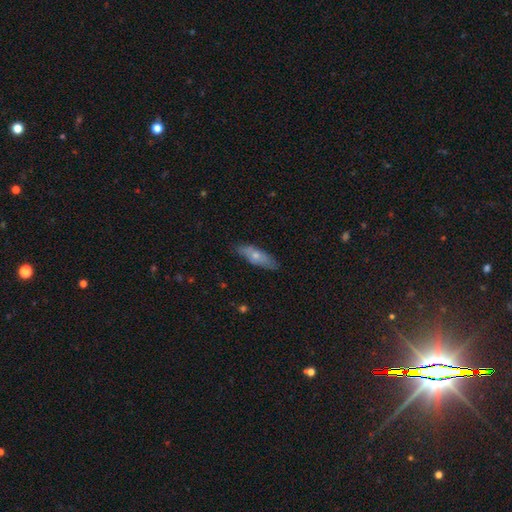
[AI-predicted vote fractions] Q: Smooth or featured?
A: smooth (61%); runner-up: featured or disk (33%)
Q: How rounded?
A: in between (50%); runner-up: cigar-shaped (47%)
Q: Merging?
A: none (78%); runner-up: minor disturbance (17%)